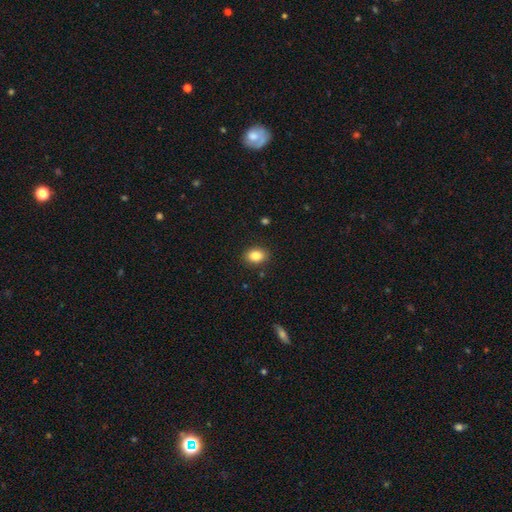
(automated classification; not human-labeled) smooth-or-featured: smooth: 86% | star or artifact: 9% | featured or disk: 5%
  how-rounded: in between: 73% | round: 26% | cigar-shaped: 1%
  merging: none: 88% | minor disturbance: 8% | major disturbance: 2% | merger: 1%